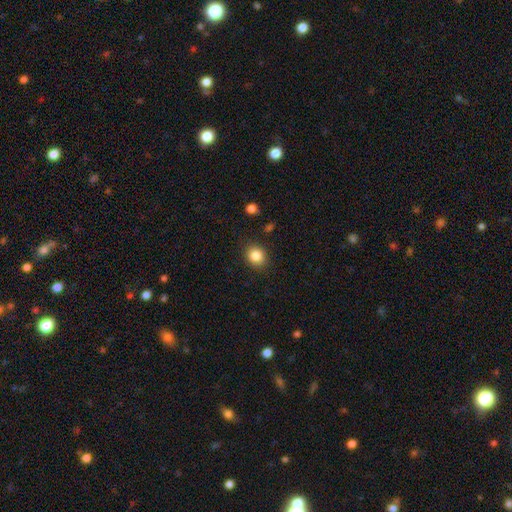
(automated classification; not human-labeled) smooth_or_featured: smooth (p=0.85) [alt: star or artifact p=0.10]
how_rounded: round (p=0.74) [alt: in between p=0.25]
merging: none (p=0.88) [alt: minor disturbance p=0.08]